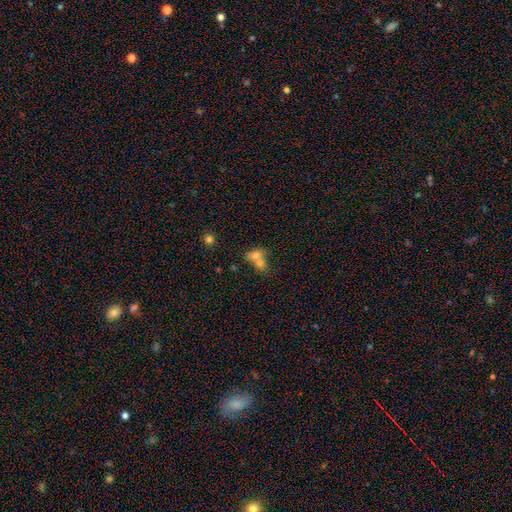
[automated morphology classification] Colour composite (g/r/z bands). It shows a smooth galaxy with no disk features (69%) that is in between round and cigar-shaped (60%). Merging: merger (67%).